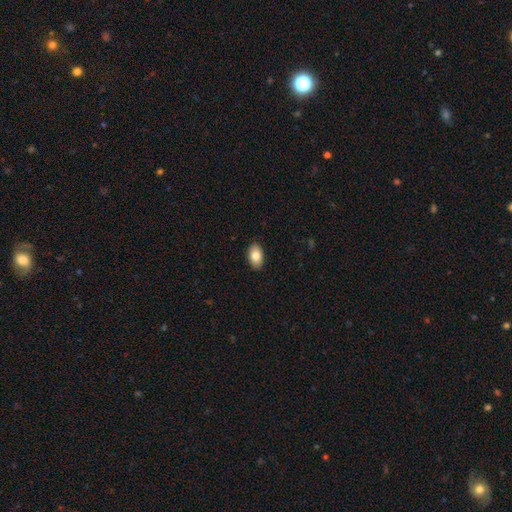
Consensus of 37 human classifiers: A smooth galaxy with no disk features (81%) that is in between round and cigar-shaped (83%).

Vote fractions:
- Smooth or featured? smooth: 81% / featured or disk: 14% / star or artifact: 5%
- How rounded? in between: 83% / round: 13% / cigar-shaped: 3%
- Merging? none: 86% / minor disturbance: 14% / major disturbance: 0% / merger: 0%